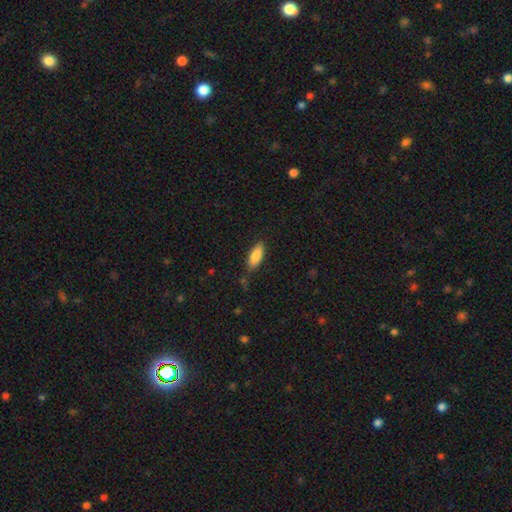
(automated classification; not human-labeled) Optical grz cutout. It shows a smooth galaxy with no disk features (85%) that is in between round and cigar-shaped (77%). Merging: none (79%).